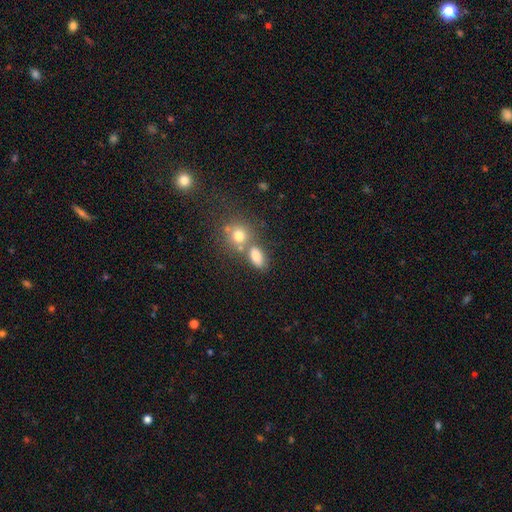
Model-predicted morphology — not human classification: Smooth or featured: smooth — 76% (star or artifact — 14%)
How rounded: in between — 74% (round — 20%)
Merging: none — 51% (merger — 32%)